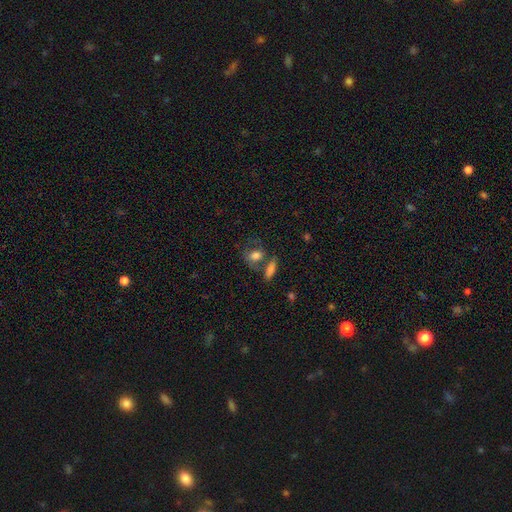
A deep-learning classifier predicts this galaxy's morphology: Smooth or featured? smooth (74%)
How rounded? in between (63%)
Merging? none (51%)